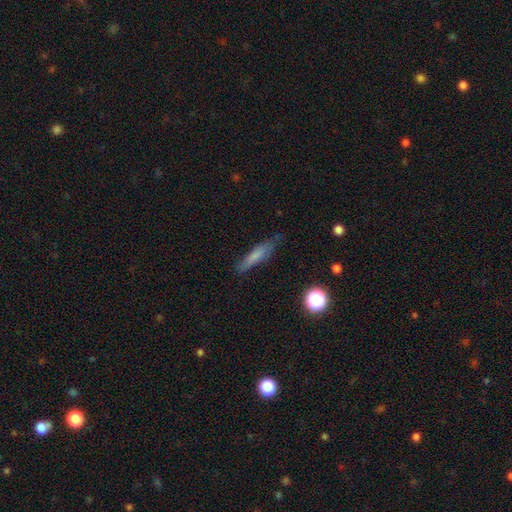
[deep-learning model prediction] This is likely a smooth galaxy (68%). How rounded: clearly cigar-shaped (82%). Merging: likely none (74%).